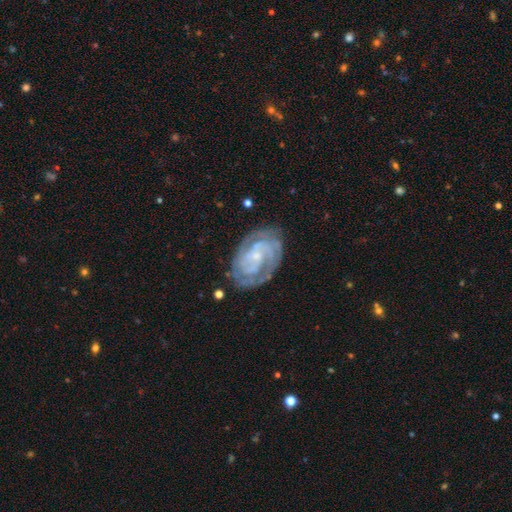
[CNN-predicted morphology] This appears to be a featured or disk galaxy (87%) with no bar (55%), 2 (45%) tight (74%) spiral arms (97%) and a small central bulge (75%). Merging: none (76%).